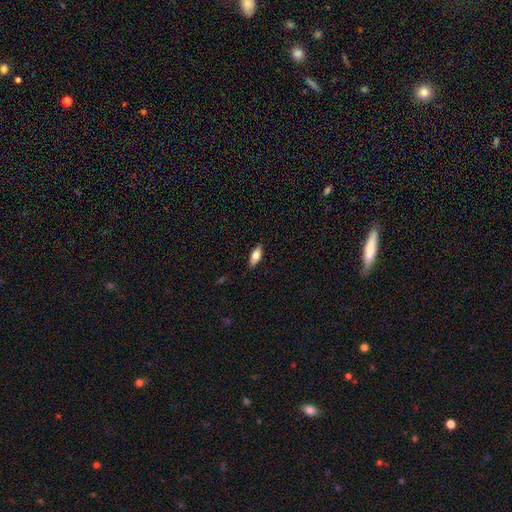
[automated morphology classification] type=smooth (74%); roundness=in between (76%); merging=none (87%).